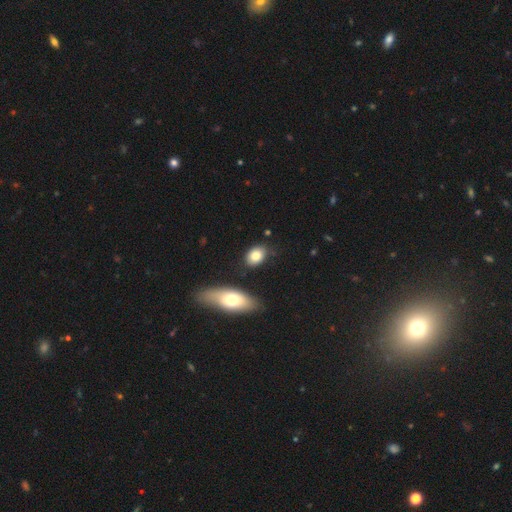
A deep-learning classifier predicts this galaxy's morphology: A smooth galaxy with no disk features (83%) that is in between round and cigar-shaped (76%).

Vote fractions:
- Smooth or featured? smooth: 83% / featured or disk: 10% / star or artifact: 8%
- How rounded? in between: 76% / round: 22% / cigar-shaped: 2%
- Merging? none: 76% / minor disturbance: 14% / merger: 6% / major disturbance: 4%